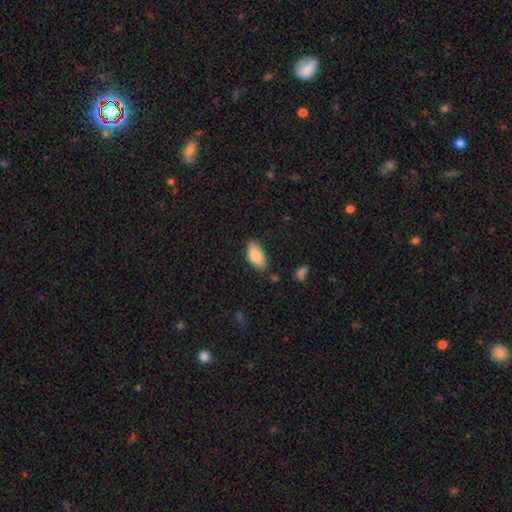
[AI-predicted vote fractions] Q: Smooth or featured?
A: smooth (85%); runner-up: featured or disk (9%)
Q: How rounded?
A: in between (92%); runner-up: cigar-shaped (6%)
Q: Merging?
A: none (77%); runner-up: minor disturbance (17%)